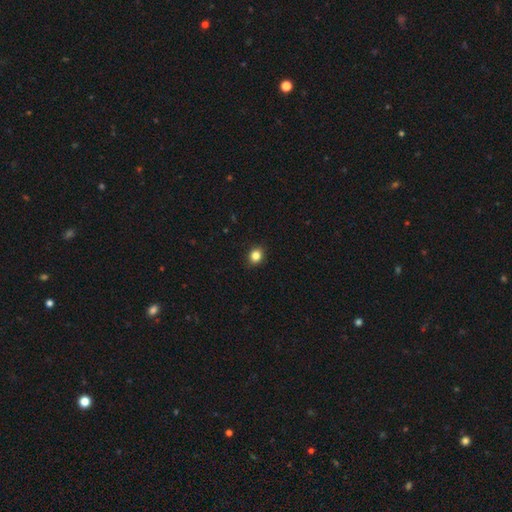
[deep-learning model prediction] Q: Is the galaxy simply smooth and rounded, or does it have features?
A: smooth — 84%.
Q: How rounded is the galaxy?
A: round — 62%.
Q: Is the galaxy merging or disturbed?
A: none — 90%.